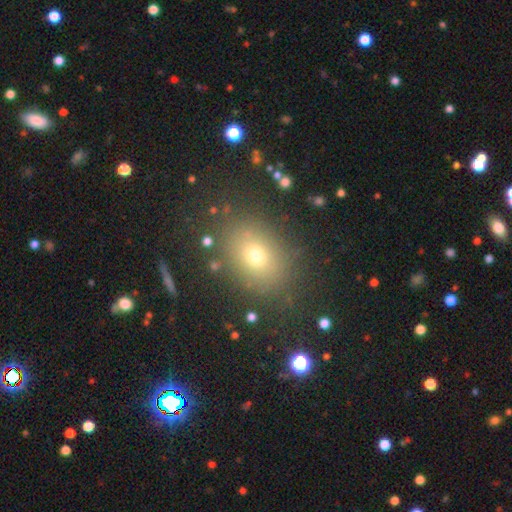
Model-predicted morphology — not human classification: Overall: smooth (68%). How rounded: in between (55%; round 44%). Merging: none (83%).